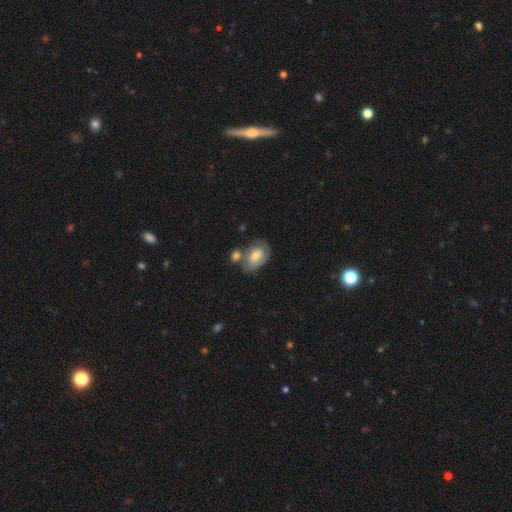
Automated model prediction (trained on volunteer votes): This is possibly a smooth galaxy (54%). How rounded: clearly in between (86%). Merging: marginally none (41%).